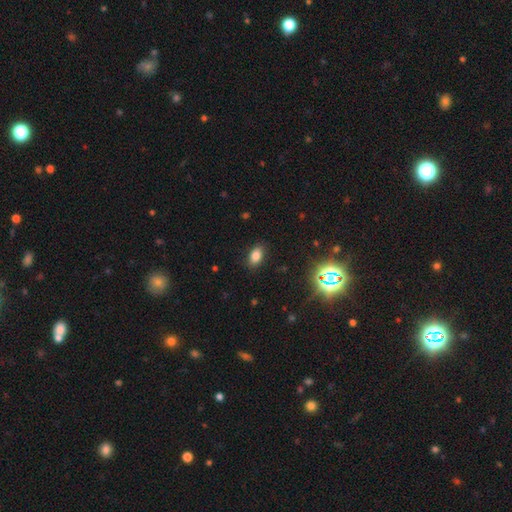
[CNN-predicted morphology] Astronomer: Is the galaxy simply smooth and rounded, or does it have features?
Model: smooth — 80%.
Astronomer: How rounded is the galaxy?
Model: in between — 88%.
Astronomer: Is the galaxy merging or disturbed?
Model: none — 87%.